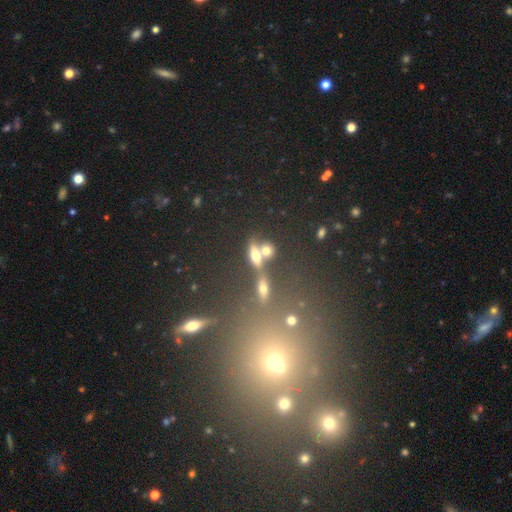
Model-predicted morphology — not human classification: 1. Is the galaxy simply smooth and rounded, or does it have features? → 58% smooth, 25% featured or disk, 18% star or artifact.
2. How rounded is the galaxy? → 54% in between, 25% cigar-shaped, 22% round.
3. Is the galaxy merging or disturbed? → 47% none, 36% merger, 11% minor disturbance, 7% major disturbance.